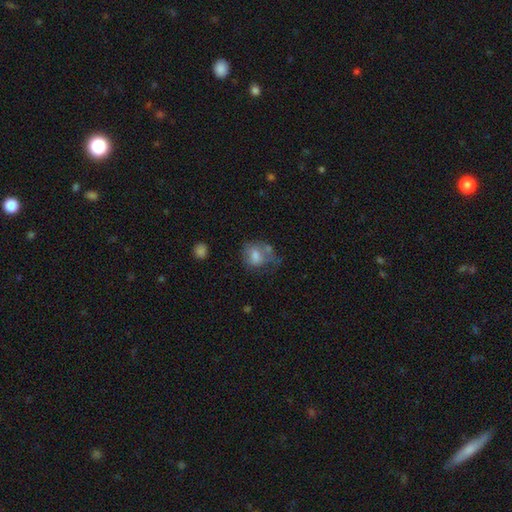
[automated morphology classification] Smooth or featured: smooth — 65% (featured or disk — 26%)
How rounded: round — 50% (in between — 48%)
Merging: none — 31% (major disturbance — 27%)